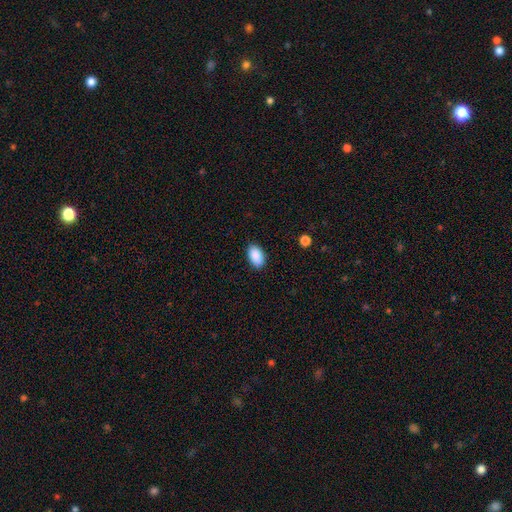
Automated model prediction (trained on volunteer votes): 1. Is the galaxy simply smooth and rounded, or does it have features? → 90% smooth, 7% star or artifact, 3% featured or disk.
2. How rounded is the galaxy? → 94% in between, 5% round, 2% cigar-shaped.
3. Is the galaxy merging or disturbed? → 87% none, 10% minor disturbance, 2% major disturbance, 1% merger.